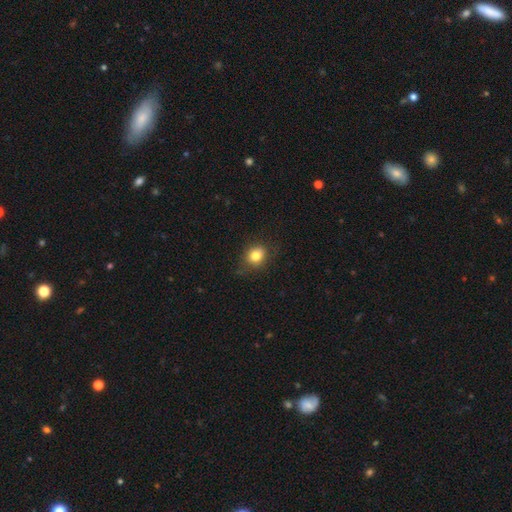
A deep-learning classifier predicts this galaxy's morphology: Smooth or featured? smooth (80%)
How rounded? round (64%)
Merging? none (77%)